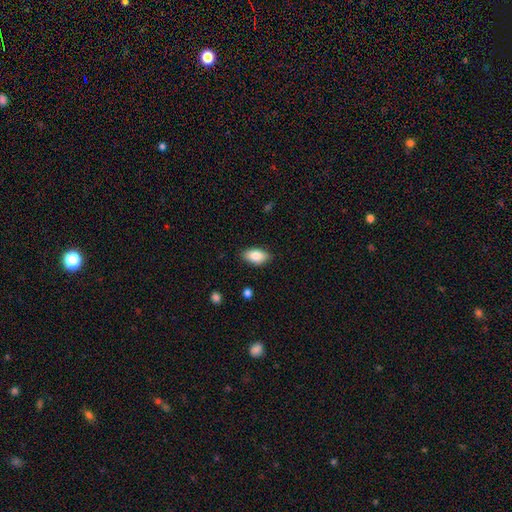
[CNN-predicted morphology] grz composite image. It shows a smooth galaxy with no disk features (84%) that is in between round and cigar-shaped (92%). Merging: none (86%).